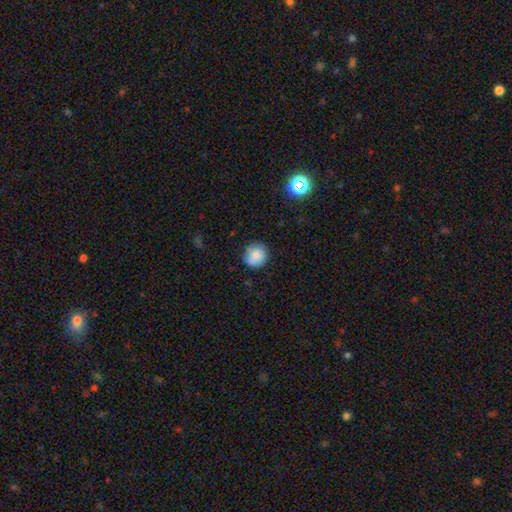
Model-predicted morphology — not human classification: smooth-or-featured: smooth: 75% | featured or disk: 16% | star or artifact: 9%
  how-rounded: round: 89% | in between: 11% | cigar-shaped: 1%
  merging: none: 71% | minor disturbance: 20% | major disturbance: 5% | merger: 5%